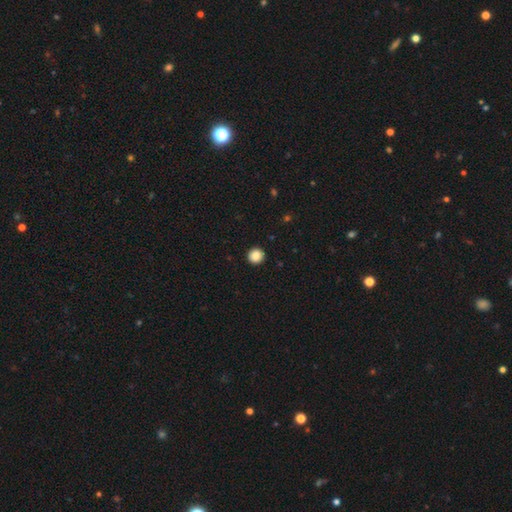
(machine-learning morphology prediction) Smooth or featured: smooth — 88% (star or artifact — 9%)
How rounded: round — 93% (in between — 6%)
Merging: none — 93% (minor disturbance — 4%)